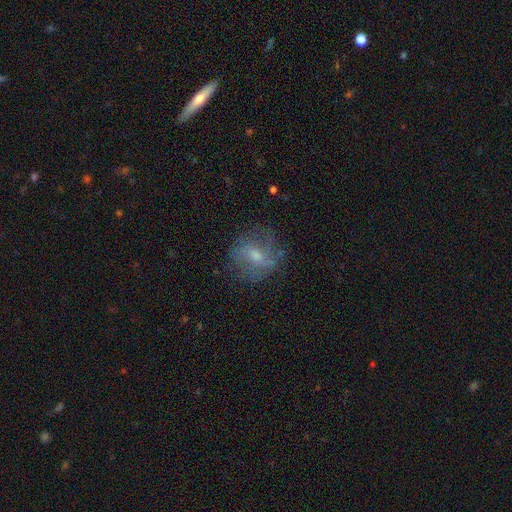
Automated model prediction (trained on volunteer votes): featured or disk 53%, smooth 37%, star or artifact 11%. Down the decision tree: edge-on disk — no (96%); bar — no (45%); spiral arms — yes (64%); bulge size — moderate (51%); merging — none (63%).